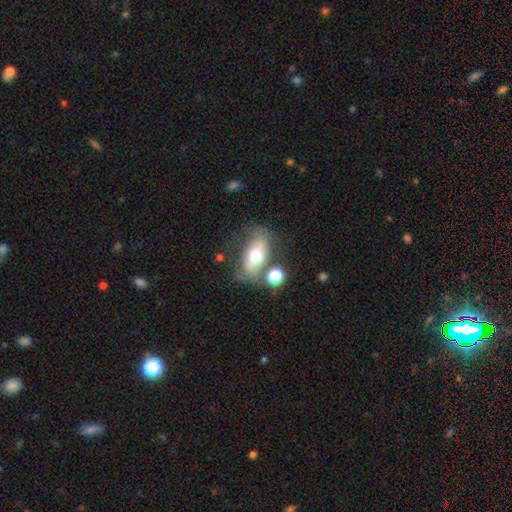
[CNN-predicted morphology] Smooth or featured? smooth (59%)
How rounded? in between (85%)
Merging? none (53%)